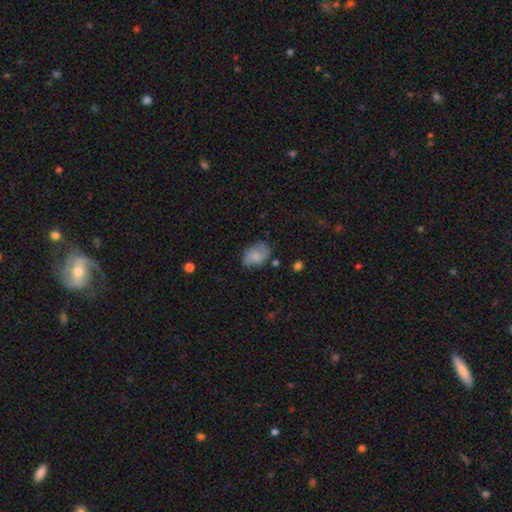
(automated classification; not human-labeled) A smooth galaxy with no disk features (74%) that is in between round and cigar-shaped (79%). Merging: none (64%).